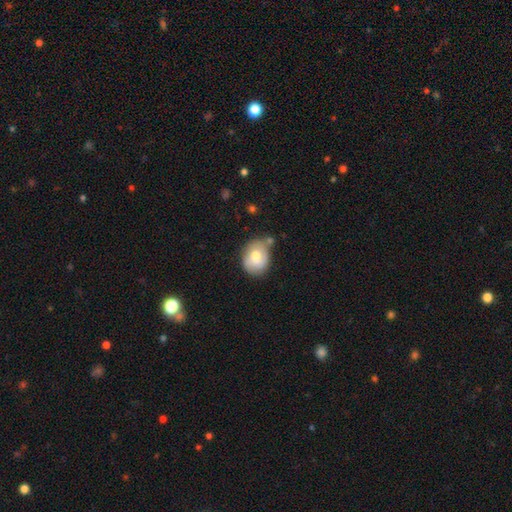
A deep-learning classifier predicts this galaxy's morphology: smooth-or-featured: smooth: 62% | featured or disk: 31% | star or artifact: 7%
  how-rounded: round: 51% | in between: 48% | cigar-shaped: 1%
  merging: none: 51% | minor disturbance: 27% | merger: 14% | major disturbance: 8%